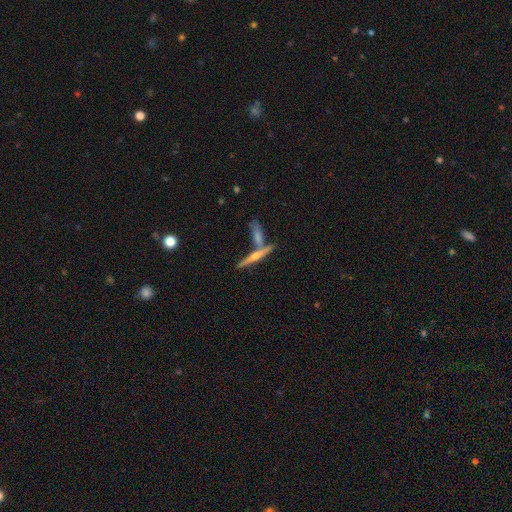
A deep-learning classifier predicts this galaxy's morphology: This is likely a featured or disk galaxy (68%). It is clearly viewed edge-on (96%). Edge-on bulge: clearly rounded (85%). Merging: likely none (65%).